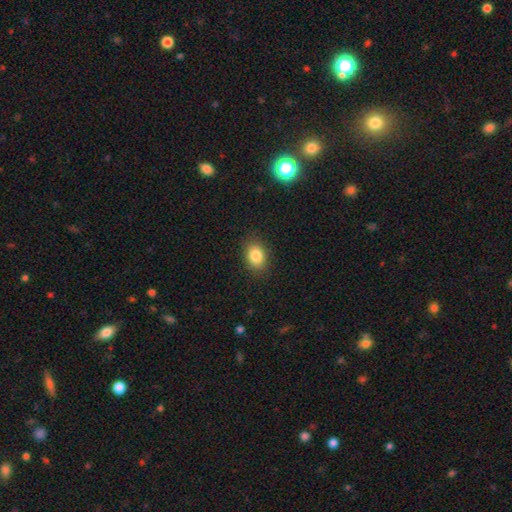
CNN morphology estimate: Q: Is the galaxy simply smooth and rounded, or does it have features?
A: smooth — 85%.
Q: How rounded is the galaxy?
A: in between — 67%.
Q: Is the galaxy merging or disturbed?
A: none — 87%.